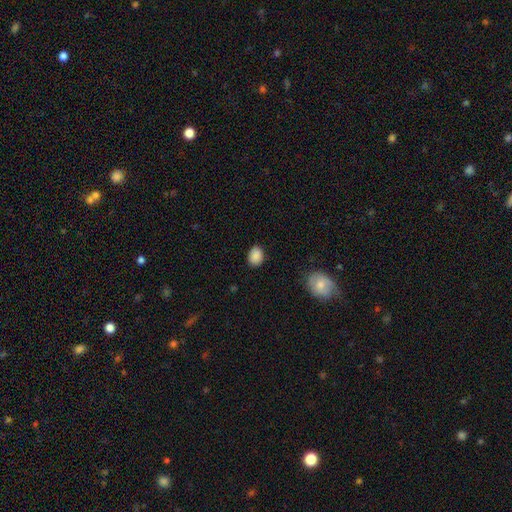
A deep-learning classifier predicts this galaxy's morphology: smooth_or_featured: smooth (p=0.88) [alt: star or artifact p=0.08]
how_rounded: in between (p=0.64) [alt: round p=0.35]
merging: none (p=0.82) [alt: minor disturbance p=0.14]